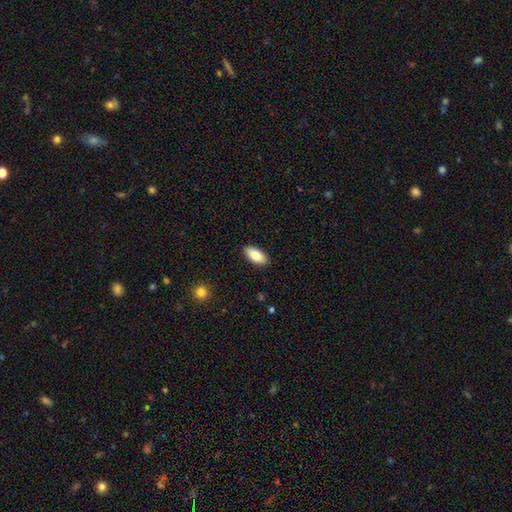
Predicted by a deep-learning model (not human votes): A smooth galaxy with no disk features (84%) that is in between round and cigar-shaped (91%).

Vote fractions:
- Smooth or featured? smooth: 84% / featured or disk: 10% / star or artifact: 6%
- How rounded? in between: 91% / cigar-shaped: 7% / round: 2%
- Merging? none: 89% / minor disturbance: 8% / major disturbance: 2% / merger: 1%